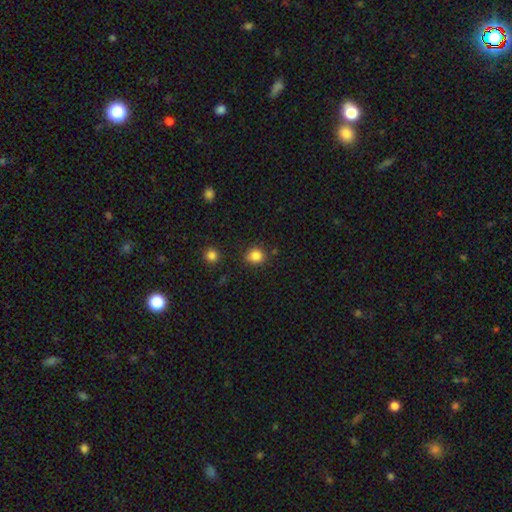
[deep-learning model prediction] This appears to be a smooth galaxy with no disk features (84%) that is round (83%). Merging: none (85%).